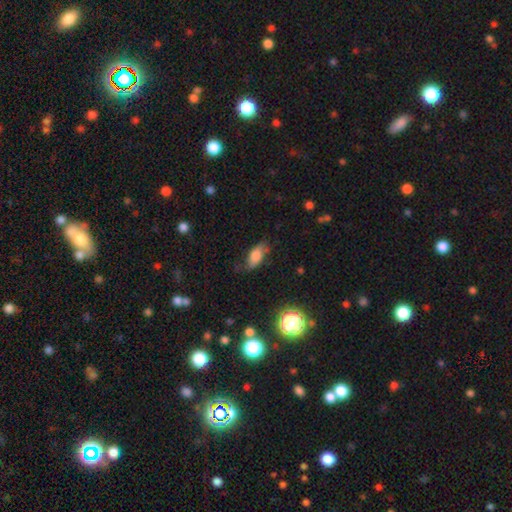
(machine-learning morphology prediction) Smooth or featured? Predicted: smooth (p=0.67). How rounded? Predicted: in between (p=0.84). Merging? Predicted: none (p=0.58).